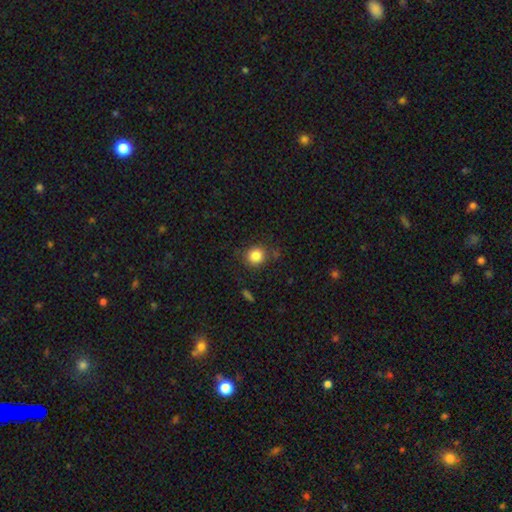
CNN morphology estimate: Smooth or featured? smooth (85%)
How rounded? round (87%)
Merging? none (81%)